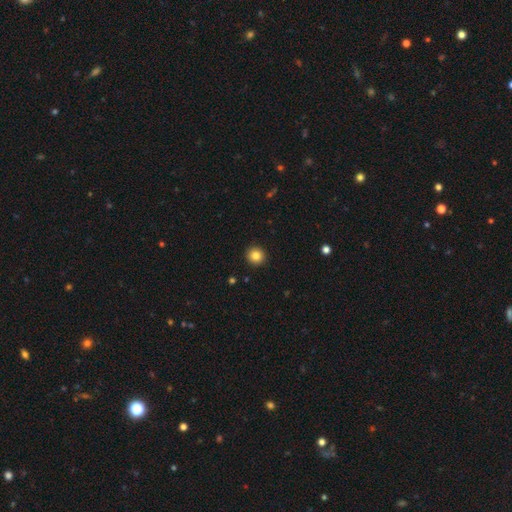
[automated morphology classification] Smooth or featured? smooth (84%)
How rounded? round (92%)
Merging? none (93%)